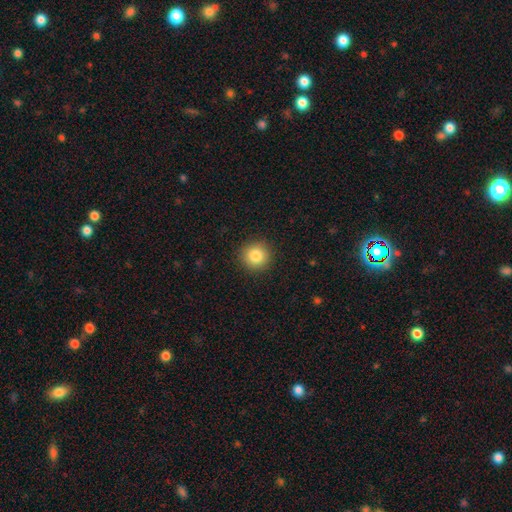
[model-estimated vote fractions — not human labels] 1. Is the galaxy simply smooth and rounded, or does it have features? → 84% smooth, 10% star or artifact, 6% featured or disk.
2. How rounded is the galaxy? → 94% round, 5% in between, 1% cigar-shaped.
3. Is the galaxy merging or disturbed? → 92% none, 5% minor disturbance, 2% major disturbance, 1% merger.